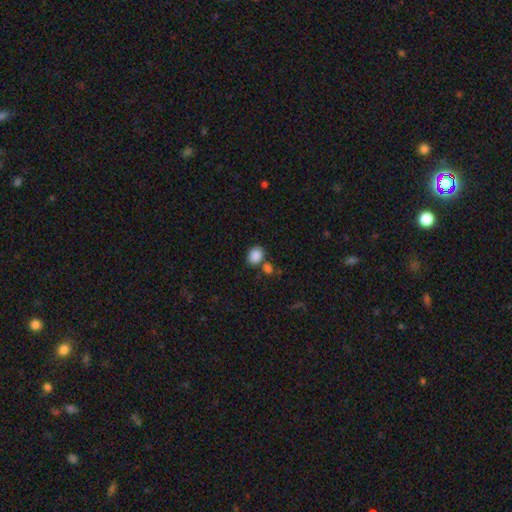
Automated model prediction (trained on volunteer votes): Morphology: type=smooth (87%); roundness=in between (54%); merging=none (61%).